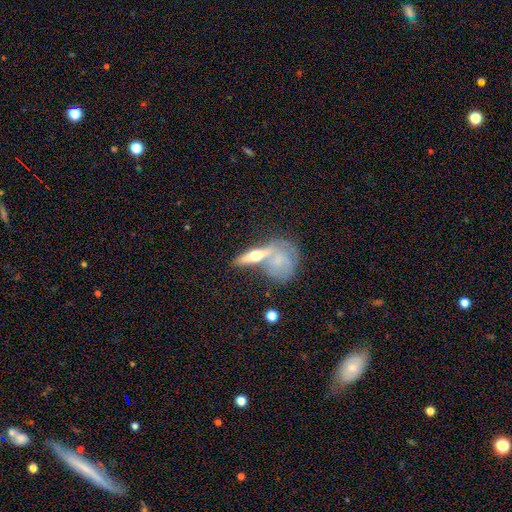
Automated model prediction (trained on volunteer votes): Morphology: type=featured or disk (55%); edge-on=yes (82%); merging=none (52%).